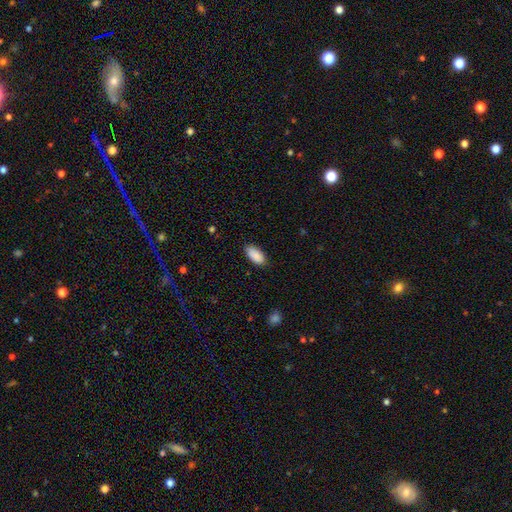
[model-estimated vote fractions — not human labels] smooth-or-featured: smooth: 90% | star or artifact: 7% | featured or disk: 4%
  how-rounded: in between: 92% | cigar-shaped: 6% | round: 2%
  merging: none: 84% | minor disturbance: 13% | major disturbance: 2% | merger: 1%